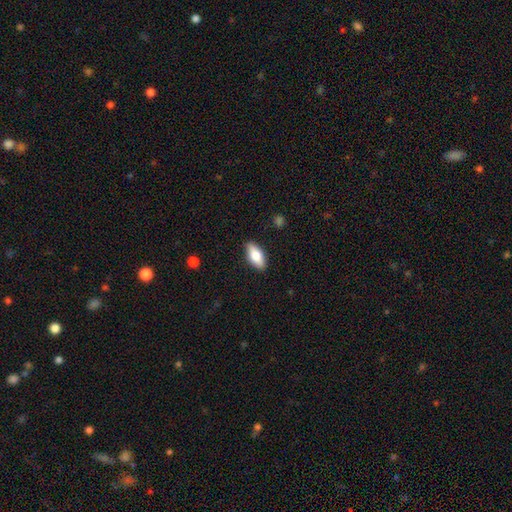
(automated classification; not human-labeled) smooth_or_featured: smooth (p=0.75) [alt: featured or disk p=0.18]
how_rounded: in between (p=0.82) [alt: cigar-shaped p=0.15]
merging: none (p=0.88) [alt: minor disturbance p=0.09]